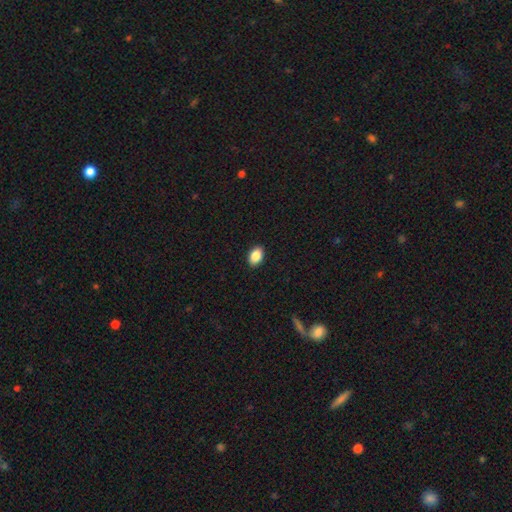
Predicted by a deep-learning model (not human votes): Smooth or featured? Predicted: smooth (p=0.88). How rounded? Predicted: in between (p=0.86). Merging? Predicted: none (p=0.90).